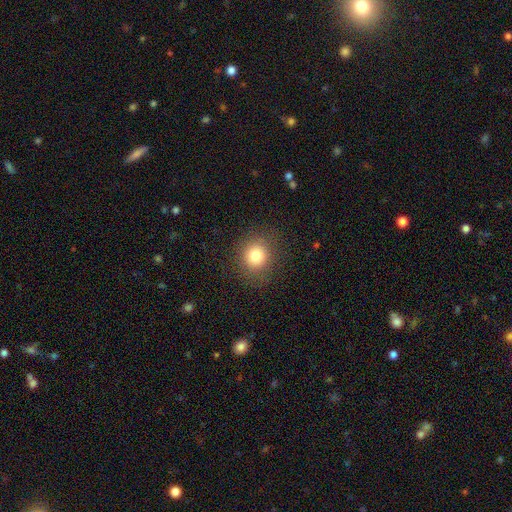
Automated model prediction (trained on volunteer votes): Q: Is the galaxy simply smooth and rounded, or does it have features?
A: smooth — 80%.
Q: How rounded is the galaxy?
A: round — 83%.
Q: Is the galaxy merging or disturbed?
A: none — 86%.